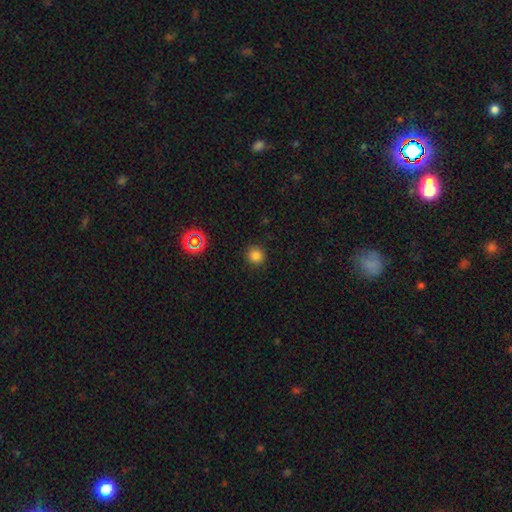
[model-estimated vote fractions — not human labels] Smooth or featured? Predicted: smooth (p=0.80). How rounded? Predicted: round (p=0.92). Merging? Predicted: none (p=0.91).